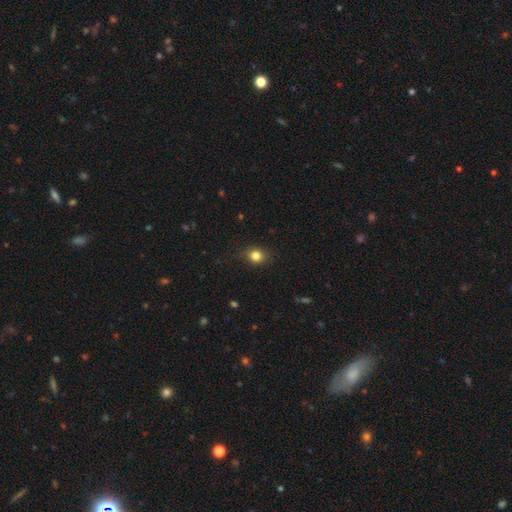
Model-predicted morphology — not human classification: Overall: smooth (81%). How rounded: round (71%). Merging: none (81%).